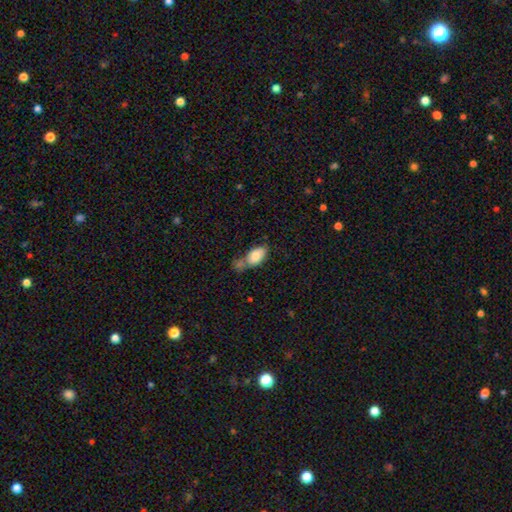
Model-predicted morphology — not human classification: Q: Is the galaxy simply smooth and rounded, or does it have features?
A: smooth — 81%.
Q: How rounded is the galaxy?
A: in between — 91%.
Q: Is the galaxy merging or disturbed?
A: merger — 38%.